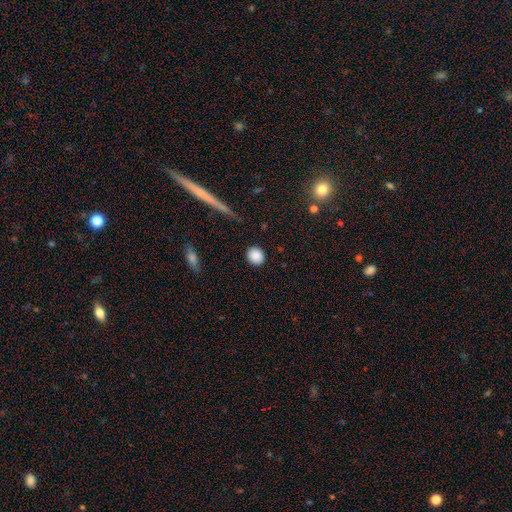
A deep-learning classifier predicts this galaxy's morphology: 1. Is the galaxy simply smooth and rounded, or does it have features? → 88% smooth, 8% star or artifact, 4% featured or disk.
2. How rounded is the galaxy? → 87% round, 11% in between, 2% cigar-shaped.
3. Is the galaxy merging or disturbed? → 90% none, 6% minor disturbance, 2% major disturbance, 1% merger.